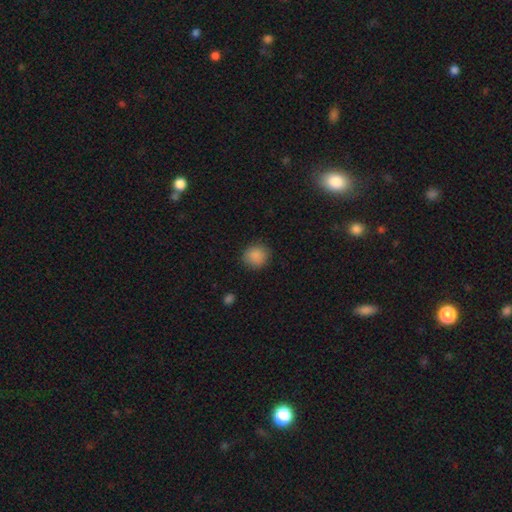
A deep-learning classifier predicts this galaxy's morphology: A smooth galaxy with no disk features (88%) that is round (87%).

Vote fractions:
- Smooth or featured? smooth: 88% / star or artifact: 9% / featured or disk: 3%
- How rounded? round: 87% / in between: 12% / cigar-shaped: 1%
- Merging? none: 87% / minor disturbance: 9% / major disturbance: 3% / merger: 1%